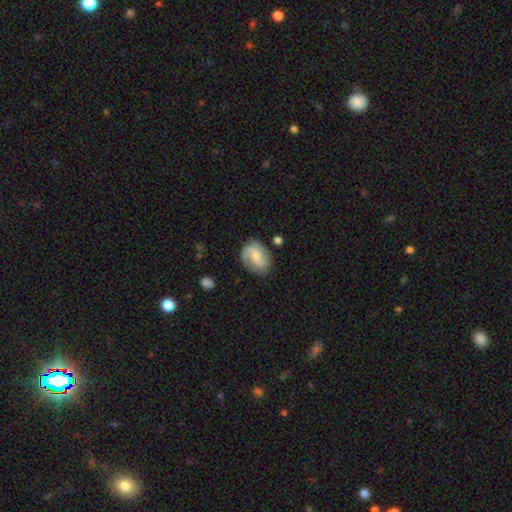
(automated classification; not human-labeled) A featured or disk galaxy (66%) with no bar (47%), 2 (63%) medium (44%) spiral arms (92%) and a small central bulge (38%).

Vote fractions:
- Smooth or featured? featured or disk: 66% / smooth: 28% / star or artifact: 7%
- Edge-on disk? no: 98% / yes: 2%
- Bar? no: 47% / weak: 44% / strong: 9%
- Spiral arms? yes: 92% / no: 8%
- Spiral winding? medium: 44% / tight: 28% / loose: 27%
- Spiral arm count? 2: 63% / 1: 14% / can't tell: 12% / 3: 8% / 4: 2% / more than 4: 2%
- Bulge size? small: 38% / moderate: 36% / none: 18% / large: 7% / dominant: 2%
- Merging? none: 70% / minor disturbance: 19% / major disturbance: 8% / merger: 3%